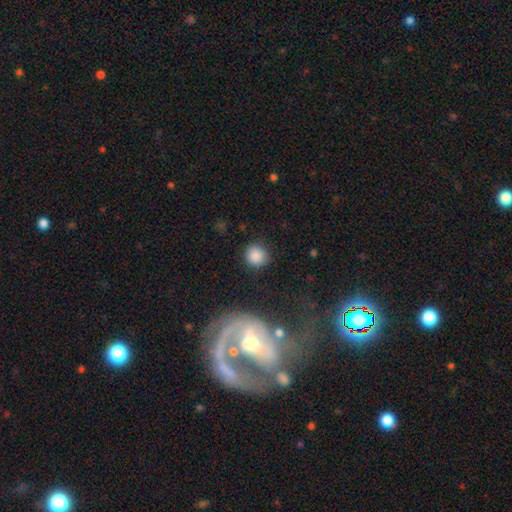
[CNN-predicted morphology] type=smooth (85%); roundness=round (89%); merging=none (84%).